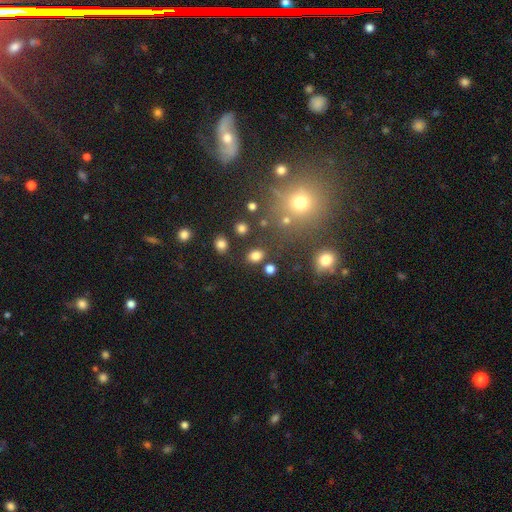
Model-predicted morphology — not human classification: A smooth galaxy with no disk features (79%) that is in between round and cigar-shaped (61%). Merging: none (82%).